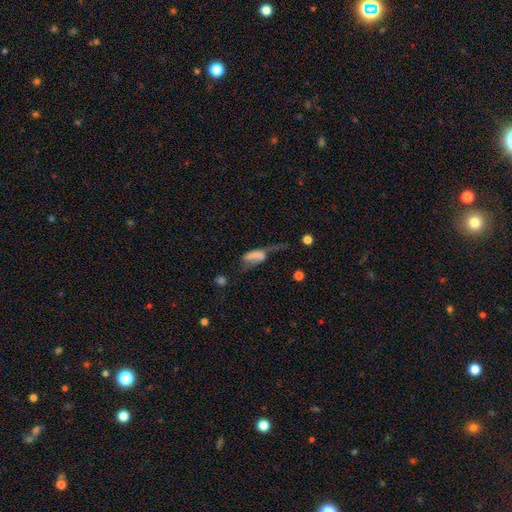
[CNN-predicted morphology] smooth-or-featured: smooth: 49% | featured or disk: 39% | star or artifact: 12%
  merging: major disturbance: 53% | minor disturbance: 17% | none: 17% | merger: 12%